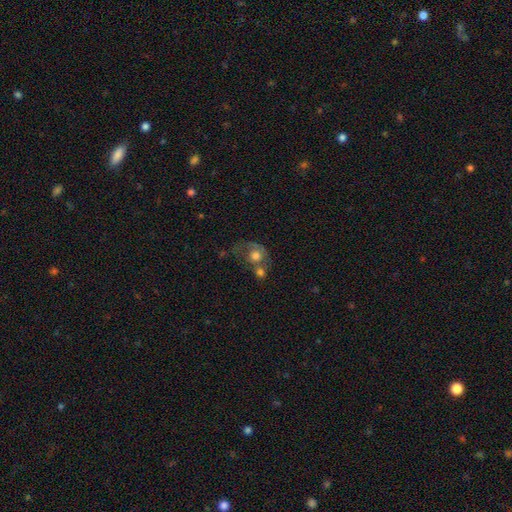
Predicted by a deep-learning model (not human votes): Morphology: type=smooth (58%); roundness=round (68%); merging=merger (49%).